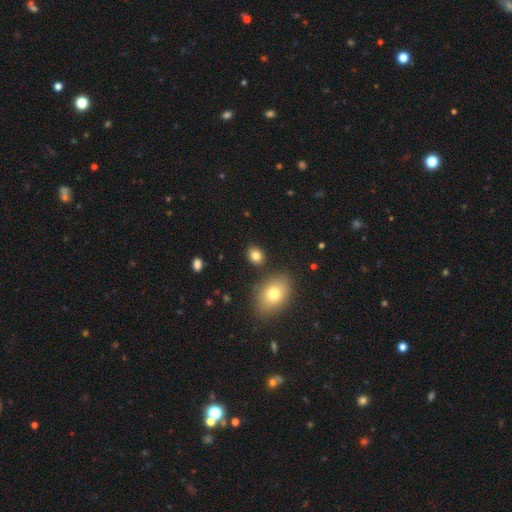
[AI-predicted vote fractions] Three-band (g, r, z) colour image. It shows a smooth galaxy with no disk features (82%) that is round (52%). Merging: none (84%).